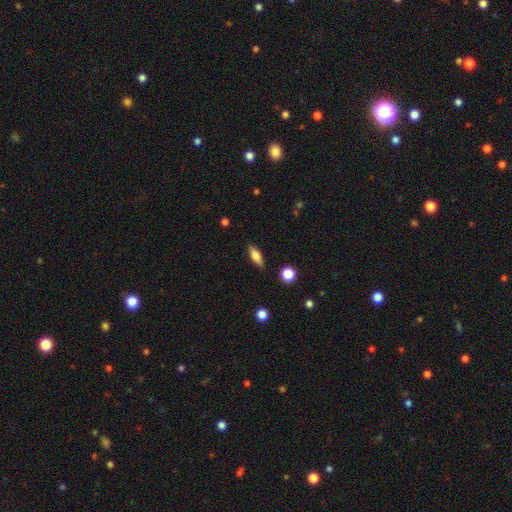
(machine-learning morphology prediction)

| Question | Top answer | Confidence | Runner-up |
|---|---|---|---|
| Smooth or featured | smooth | 74% | featured or disk (19%) |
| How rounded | in between | 66% | cigar-shaped (30%) |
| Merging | none | 87% | minor disturbance (9%) |